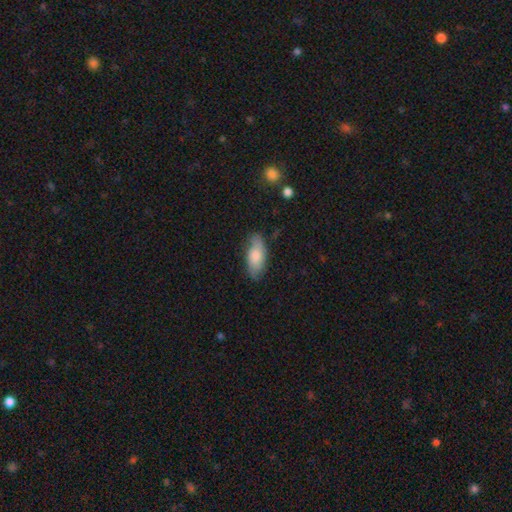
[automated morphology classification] smooth_or_featured: smooth (p=0.74) [alt: featured or disk p=0.20]
how_rounded: in between (p=0.86) [alt: cigar-shaped p=0.11]
merging: none (p=0.71) [alt: minor disturbance p=0.22]